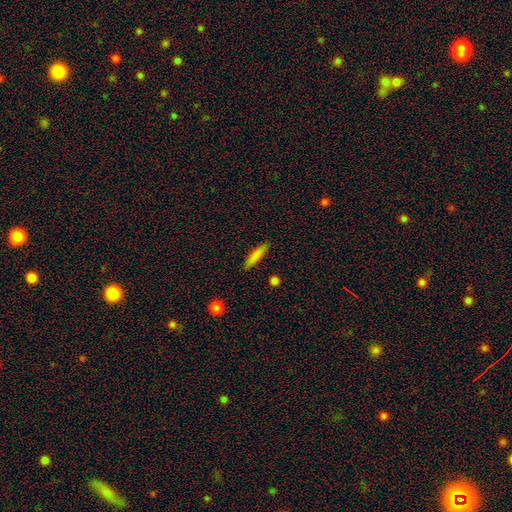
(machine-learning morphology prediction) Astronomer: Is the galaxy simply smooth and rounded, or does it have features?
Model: smooth — 81%.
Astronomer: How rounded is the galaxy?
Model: cigar-shaped — 83%.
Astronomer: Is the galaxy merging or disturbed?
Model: none — 87%.